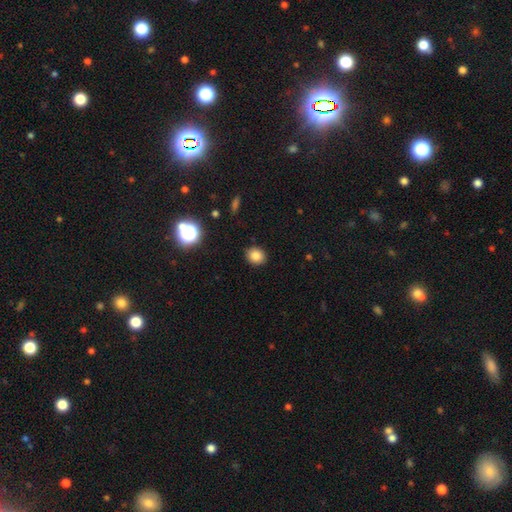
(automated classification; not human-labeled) Q: Smooth or featured?
A: smooth (84%); runner-up: star or artifact (12%)
Q: How rounded?
A: round (68%); runner-up: in between (31%)
Q: Merging?
A: none (88%); runner-up: minor disturbance (8%)